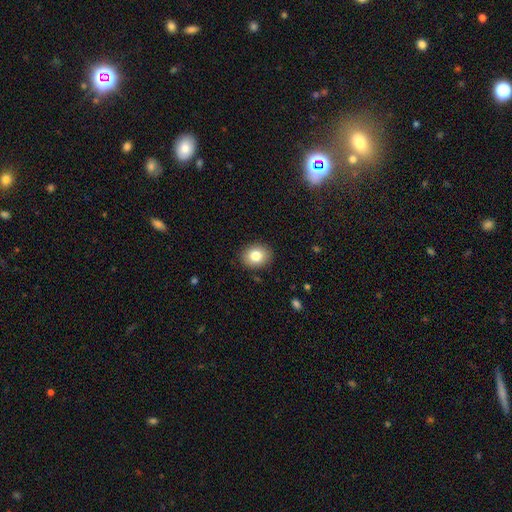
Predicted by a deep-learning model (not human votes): Smooth or featured? Predicted: smooth (p=0.82). How rounded? Predicted: round (p=0.56). Merging? Predicted: none (p=0.89).